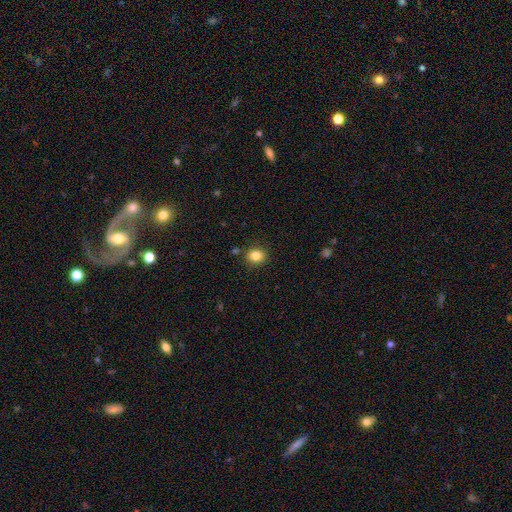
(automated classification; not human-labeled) Overall: smooth (83%). How rounded: round (79%). Merging: none (87%).